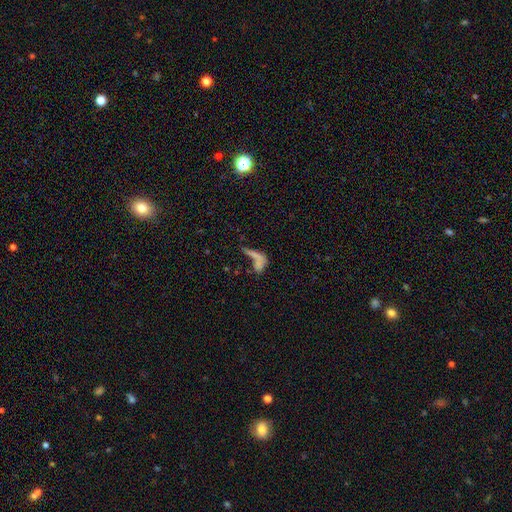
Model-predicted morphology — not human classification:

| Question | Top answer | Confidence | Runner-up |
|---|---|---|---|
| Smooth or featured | smooth | 46% | featured or disk (31%) |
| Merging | merger | 39% | major disturbance (25%) |